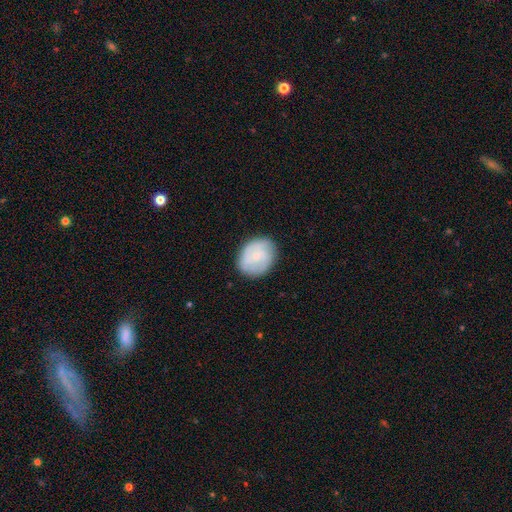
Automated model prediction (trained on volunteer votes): Q: Smooth or featured?
A: featured or disk (50%); runner-up: smooth (44%)
Q: Merging?
A: none (80%); runner-up: minor disturbance (15%)